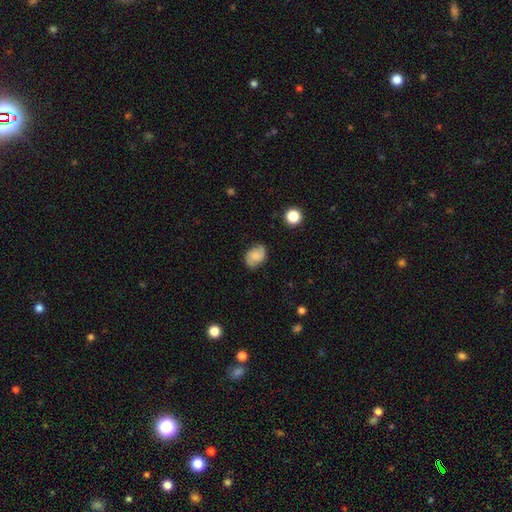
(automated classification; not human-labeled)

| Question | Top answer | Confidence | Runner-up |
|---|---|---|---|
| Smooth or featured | smooth | 54% | featured or disk (37%) |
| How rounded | in between | 68% | round (31%) |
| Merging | none | 74% | minor disturbance (20%) |